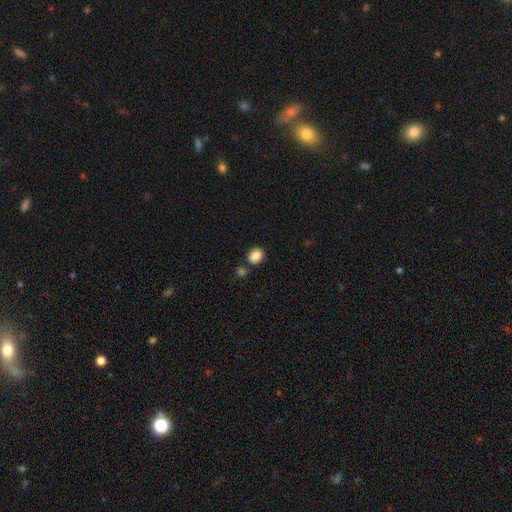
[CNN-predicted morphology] smooth 87%, star or artifact 9%, featured or disk 4%. Down the decision tree: how rounded — round (58%); merging — none (73%).